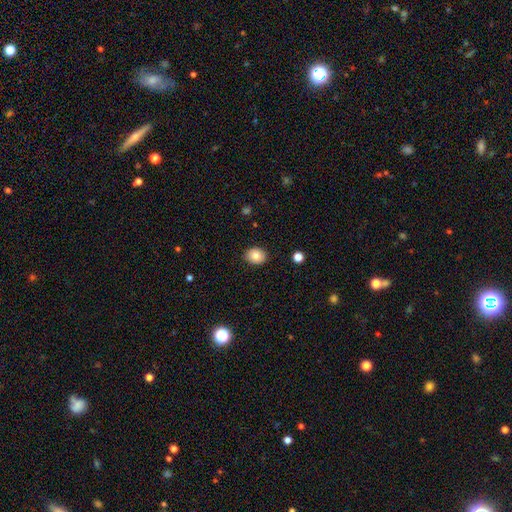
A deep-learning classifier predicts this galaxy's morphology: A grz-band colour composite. It shows a smooth galaxy with no disk features (83%) that is round (53%). Merging: none (88%).